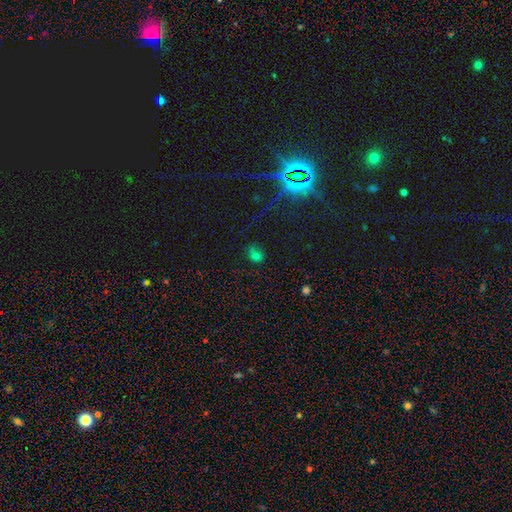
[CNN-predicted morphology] Smooth or featured: smooth — 57% (star or artifact — 32%)
How rounded: in between — 57% (round — 41%)
Merging: none — 57% (minor disturbance — 21%)